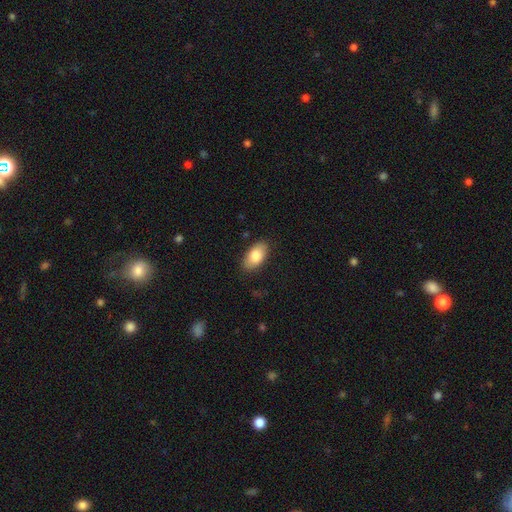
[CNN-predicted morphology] smooth_or_featured: smooth (p=0.83) [alt: featured or disk p=0.11]
how_rounded: in between (p=0.93) [alt: round p=0.03]
merging: none (p=0.85) [alt: minor disturbance p=0.11]